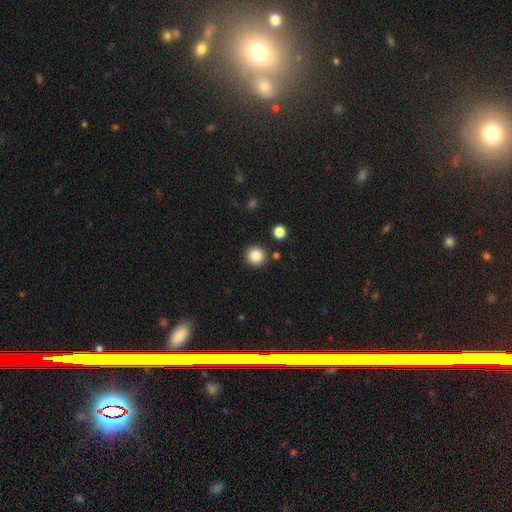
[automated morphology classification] Smooth or featured? Predicted: smooth (p=0.86). How rounded? Predicted: round (p=0.92). Merging? Predicted: none (p=0.88).